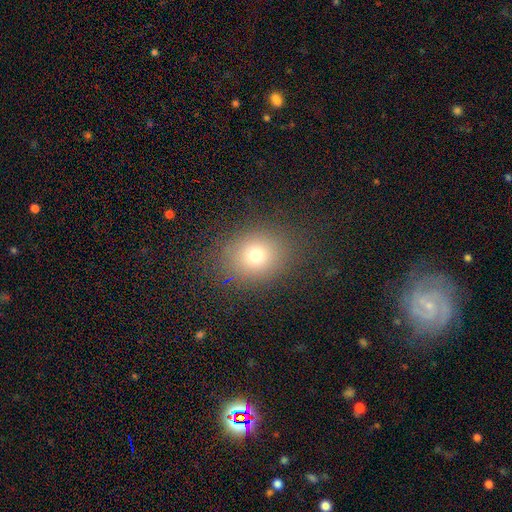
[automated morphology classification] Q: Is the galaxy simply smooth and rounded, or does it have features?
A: smooth — 73%.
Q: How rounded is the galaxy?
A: round — 64%.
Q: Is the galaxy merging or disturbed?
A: none — 84%.